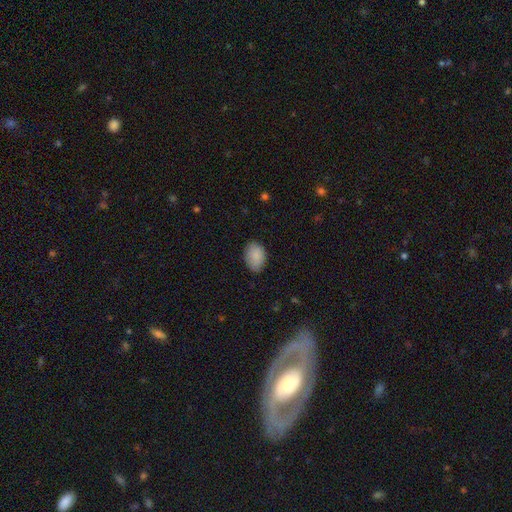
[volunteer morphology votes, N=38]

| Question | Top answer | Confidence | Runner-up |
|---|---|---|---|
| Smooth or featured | smooth | 87% | star or artifact (8%) |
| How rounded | in between | 88% | round (12%) |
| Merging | none | 83% | minor disturbance (14%) |